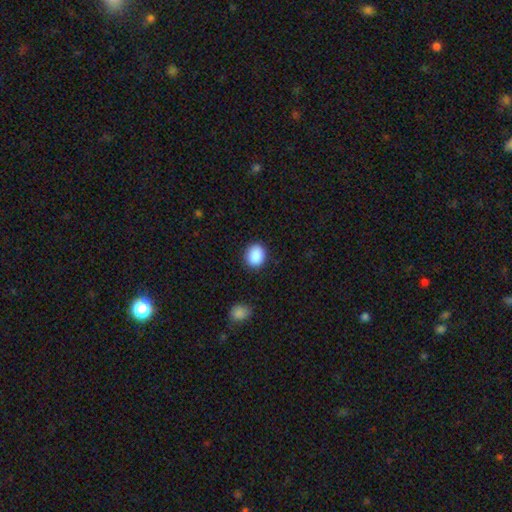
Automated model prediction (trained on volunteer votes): Morphology: type=smooth (89%); roundness=round (60%); merging=none (87%).